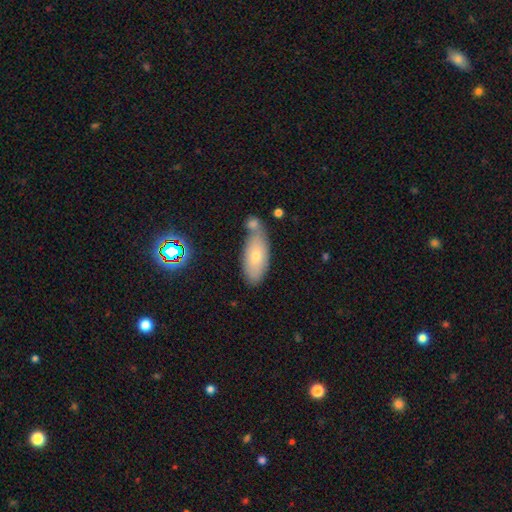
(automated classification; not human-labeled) This appears to be a smooth galaxy with no disk features (68%) that is in between round and cigar-shaped (87%). Merging: none (54%).